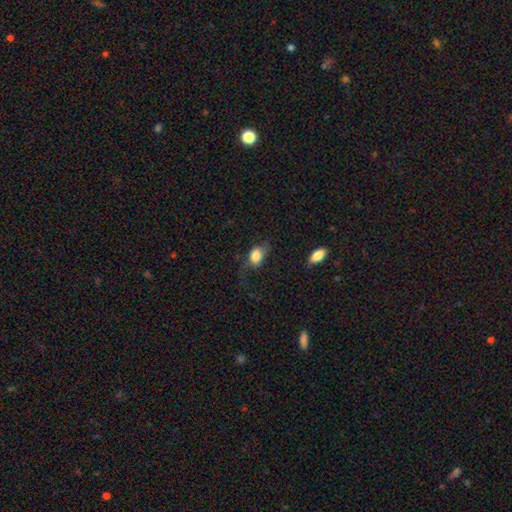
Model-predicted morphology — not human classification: Overall: smooth (71%). How rounded: in between (74%). Merging: none (44%; major disturbance 27%).